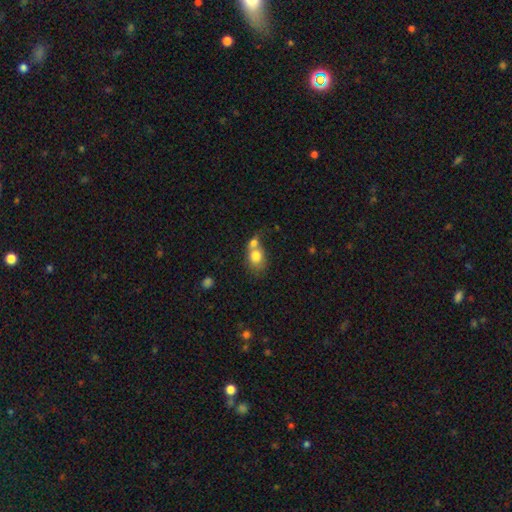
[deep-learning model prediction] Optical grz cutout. It shows a smooth galaxy with no disk features (76%) that is round (51%). Merging: merger (61%).